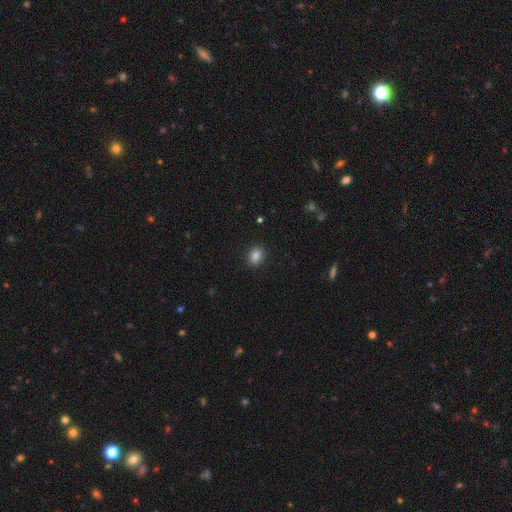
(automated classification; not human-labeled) Morphology: type=smooth (85%); roundness=in between (55%); merging=none (89%).